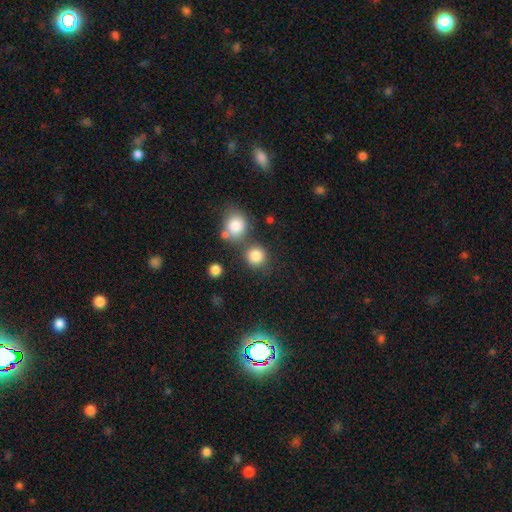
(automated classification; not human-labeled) Smooth or featured? Predicted: smooth (p=0.83). How rounded? Predicted: round (p=0.89). Merging? Predicted: none (p=0.70).